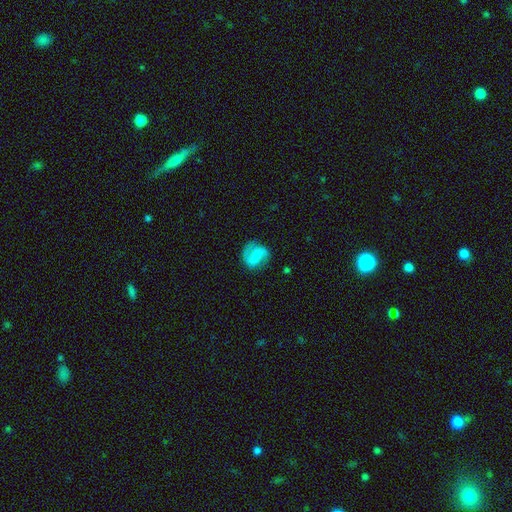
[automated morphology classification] This is likely a featured or disk galaxy (67%). It is clearly not viewed edge-on (97%). Bar: marginally weak (45%). Spiral arm pattern: clearly yes (92%). Spiral arm count: clearly 2 (86%). Spiral winding: possibly medium (46%). Central bulge: marginally small (45%). Merging: likely none (73%).